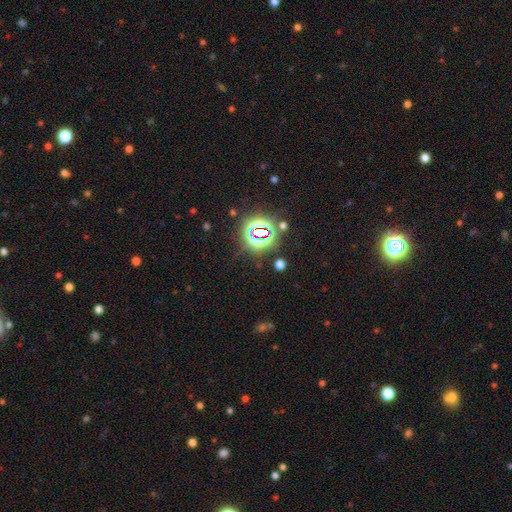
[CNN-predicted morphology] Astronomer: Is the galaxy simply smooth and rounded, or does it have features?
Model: star or artifact — 82%.